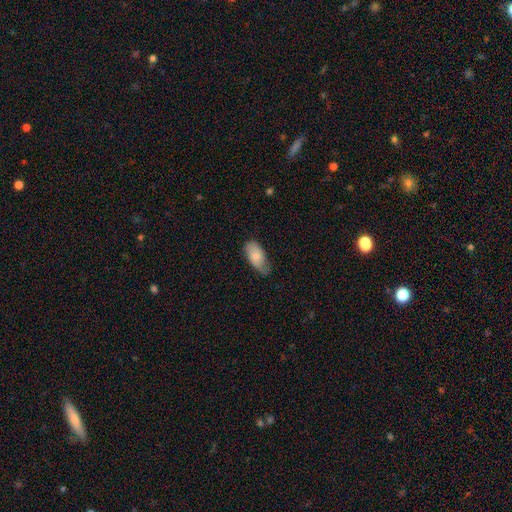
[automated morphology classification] A smooth galaxy with no disk features (76%) that is in between round and cigar-shaped (93%). Merging: none (54%).